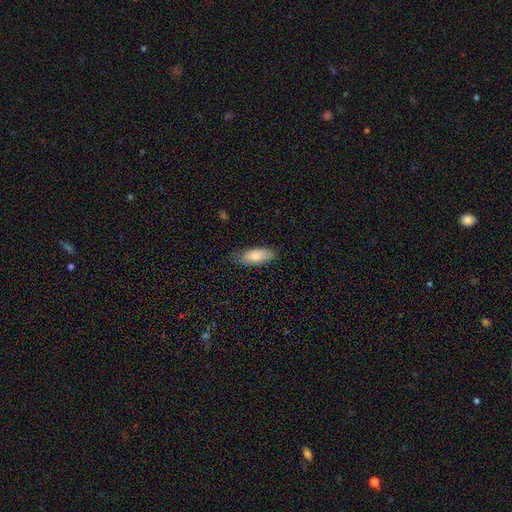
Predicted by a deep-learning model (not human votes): Morphology: type=smooth (83%); roundness=in between (83%); merging=none (69%).